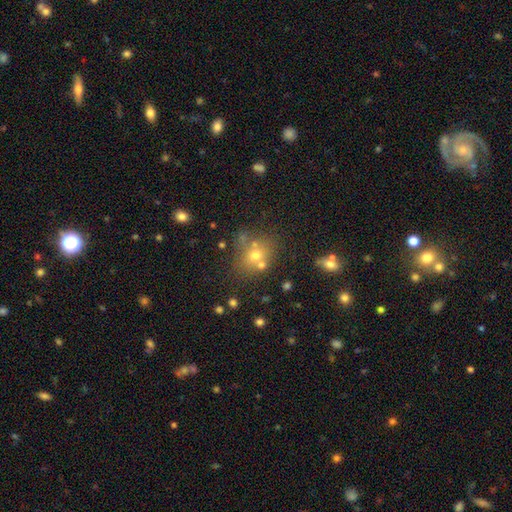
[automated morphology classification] The model was most divided on "merging": none: 55%, merger: 28%, minor disturbance: 12%, major disturbance: 6%. More confident: how rounded — round (69%); smooth or featured — smooth (58%).